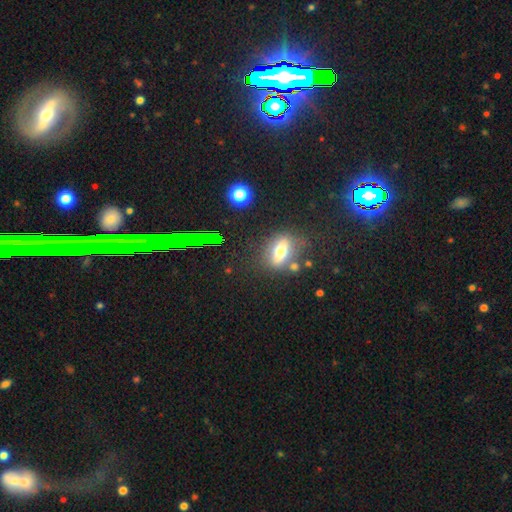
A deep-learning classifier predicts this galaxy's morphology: Overall: smooth (41%; star or artifact 35%). Merging: none (74%).